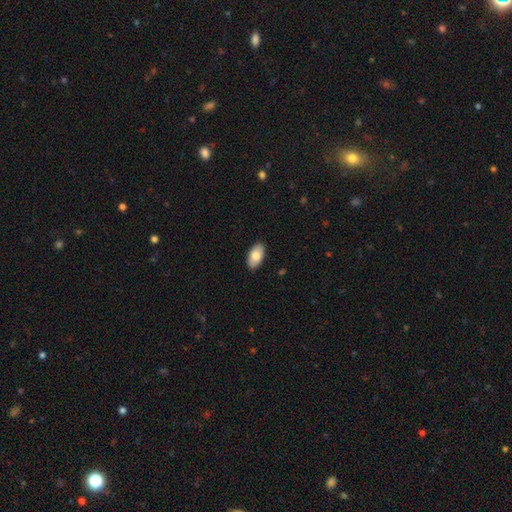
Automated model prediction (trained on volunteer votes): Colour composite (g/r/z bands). It shows a smooth galaxy with no disk features (81%) that is in between round and cigar-shaped (95%). Merging: none (89%).